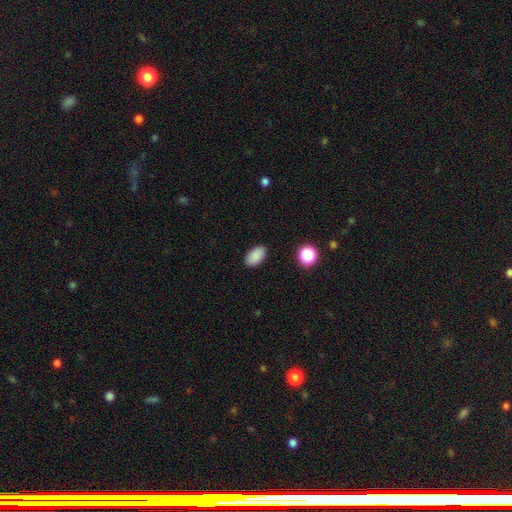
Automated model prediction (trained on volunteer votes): Morphology: type=smooth (88%); roundness=in between (93%); merging=none (89%).